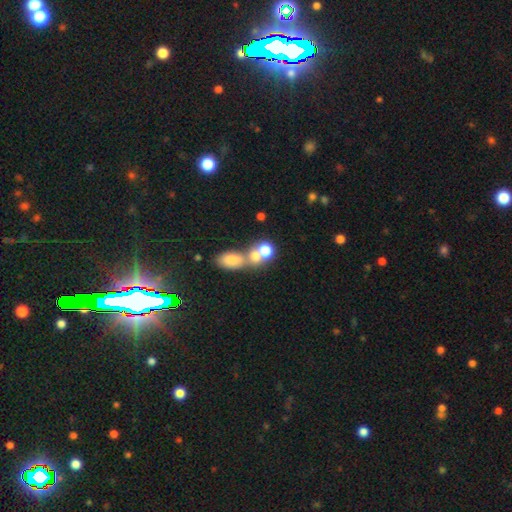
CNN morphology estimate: A smooth galaxy with no disk features (70%) that is round (49%). Merging: merger (55%).